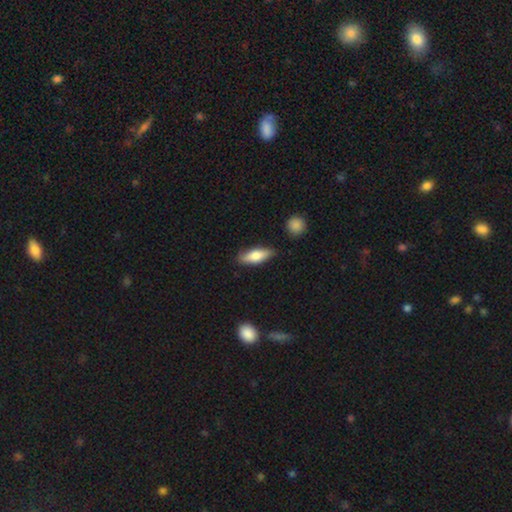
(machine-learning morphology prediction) smooth_or_featured: smooth (p=0.69) [alt: featured or disk p=0.24]
how_rounded: in between (p=0.60) [alt: cigar-shaped p=0.37]
merging: none (p=0.81) [alt: minor disturbance p=0.14]